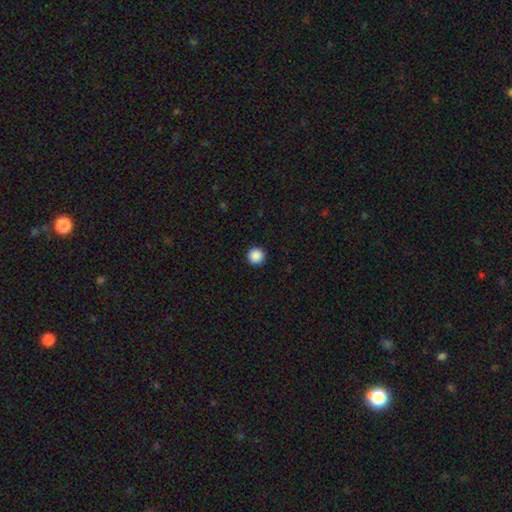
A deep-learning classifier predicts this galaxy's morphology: The model was most divided on "smooth or featured": smooth: 89%, star or artifact: 9%, featured or disk: 2%. More confident: how rounded — round (97%); merging — none (94%).